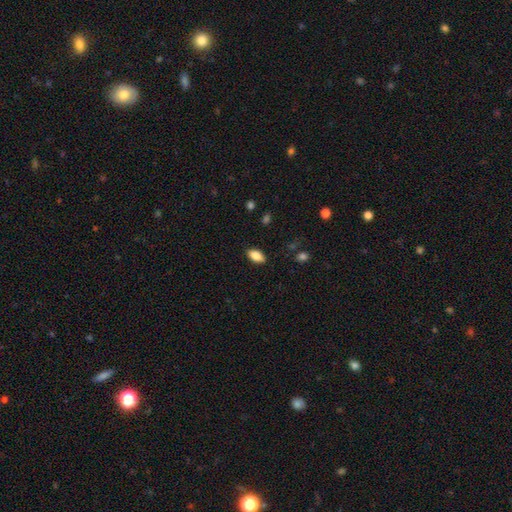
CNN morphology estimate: type=smooth (84%); roundness=in between (91%); merging=none (87%).